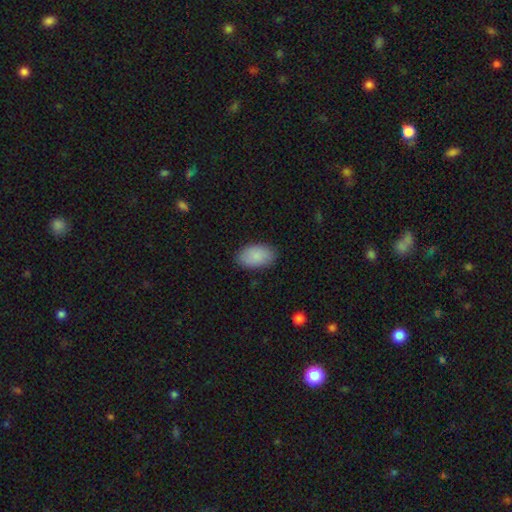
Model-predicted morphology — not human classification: This appears to be a smooth galaxy with no disk features (89%) that is in between round and cigar-shaped (93%). Merging: none (86%).